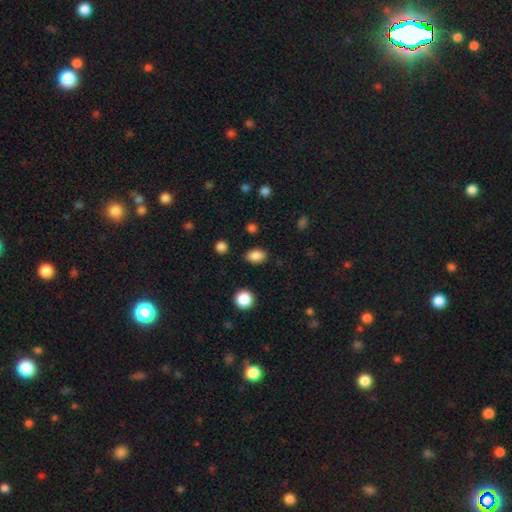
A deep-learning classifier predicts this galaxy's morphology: This is clearly a smooth galaxy (86%). How rounded: likely in between (79%). Merging: clearly none (85%).